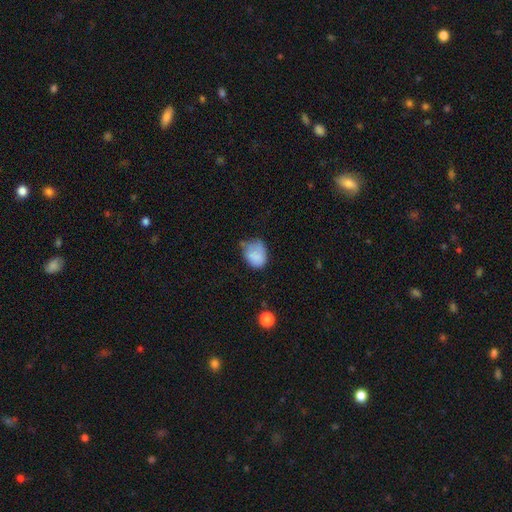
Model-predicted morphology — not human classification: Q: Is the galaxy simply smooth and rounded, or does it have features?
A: smooth — 78%.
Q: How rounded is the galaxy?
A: in between — 57%.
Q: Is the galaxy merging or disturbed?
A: minor disturbance — 42%.